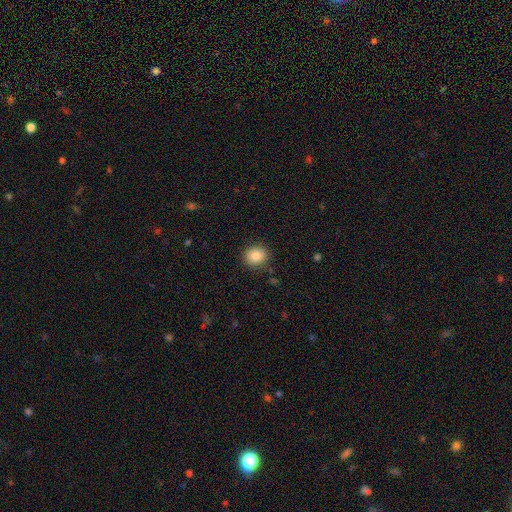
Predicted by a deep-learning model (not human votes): Smooth or featured?
  - smooth: 84% *
  - star or artifact: 9%
  - featured or disk: 6%
How rounded?
  - round: 80% *
  - in between: 19%
  - cigar-shaped: 1%
Merging?
  - none: 89% *
  - minor disturbance: 8%
  - major disturbance: 2%
  - merger: 1%